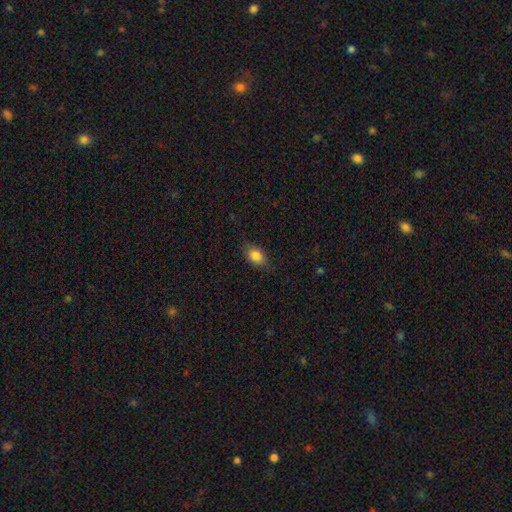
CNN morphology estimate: This appears to be a smooth galaxy with no disk features (84%) that is in between round and cigar-shaped (81%). Merging: none (81%).